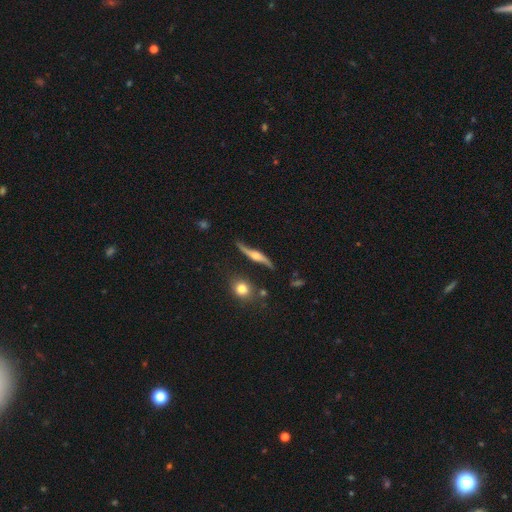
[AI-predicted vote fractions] This is clearly a featured or disk galaxy (82%). It is possibly viewed edge-on (56%). Merging: likely none (73%).